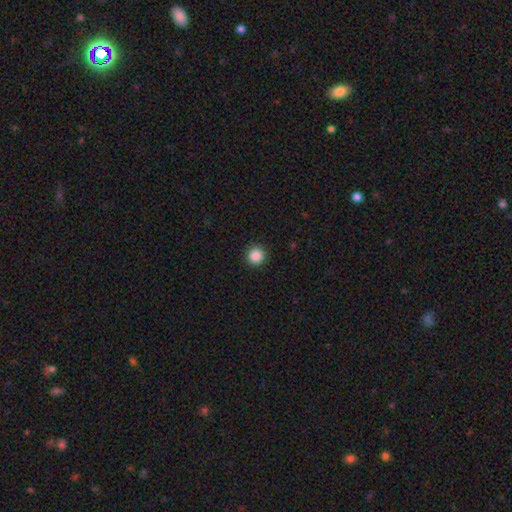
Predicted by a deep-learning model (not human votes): The model was most divided on "smooth or featured": smooth: 87%, star or artifact: 10%, featured or disk: 3%. More confident: how rounded — round (96%); merging — none (92%).